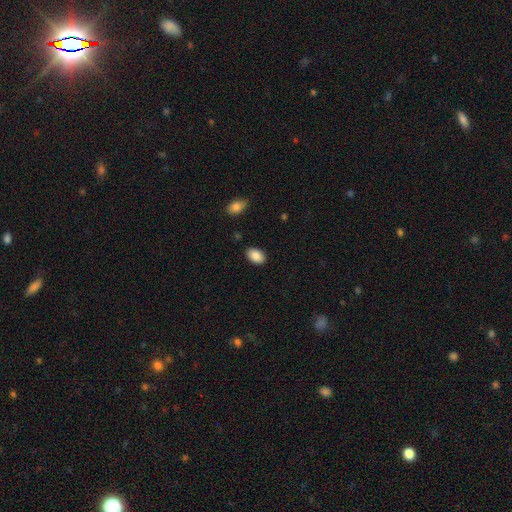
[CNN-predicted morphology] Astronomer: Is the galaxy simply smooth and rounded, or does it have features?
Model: smooth — 88%.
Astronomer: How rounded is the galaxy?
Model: in between — 90%.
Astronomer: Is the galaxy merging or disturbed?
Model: none — 87%.